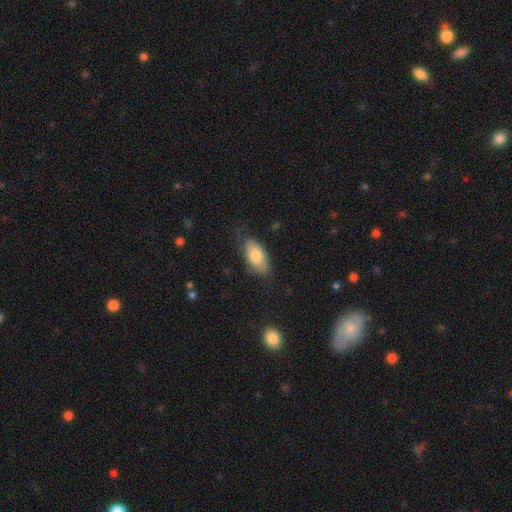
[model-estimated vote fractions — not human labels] Smooth or featured? smooth (77%)
How rounded? in between (92%)
Merging? none (68%)